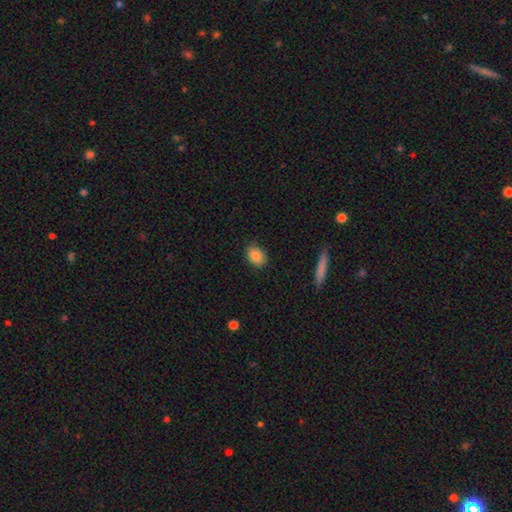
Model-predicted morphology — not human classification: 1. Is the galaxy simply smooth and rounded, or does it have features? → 86% smooth, 8% star or artifact, 6% featured or disk.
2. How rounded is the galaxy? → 65% in between, 34% round, 2% cigar-shaped.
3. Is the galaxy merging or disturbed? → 84% none, 13% minor disturbance, 2% major disturbance, 1% merger.